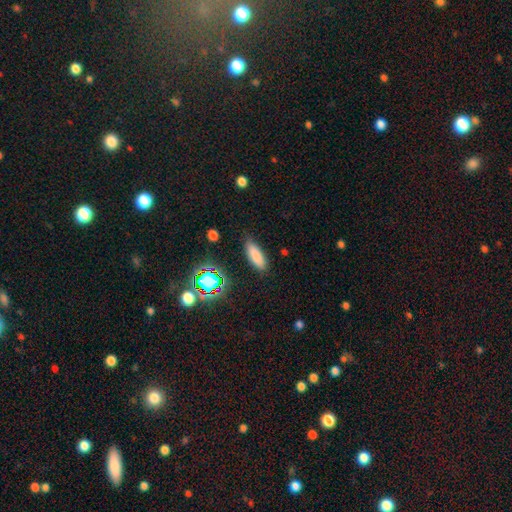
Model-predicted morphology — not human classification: Smooth or featured: smooth — 82% (star or artifact — 11%)
How rounded: in between — 64% (cigar-shaped — 34%)
Merging: none — 81% (minor disturbance — 14%)